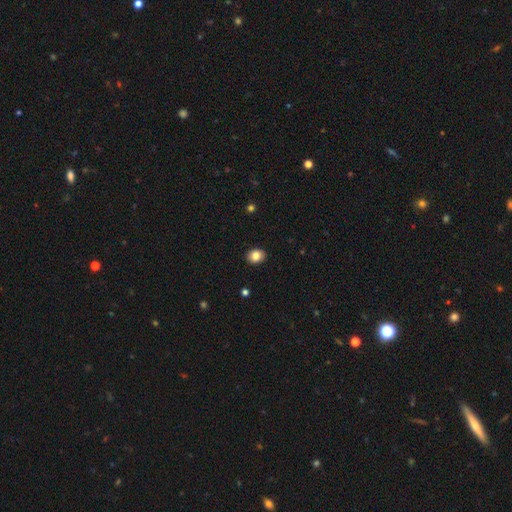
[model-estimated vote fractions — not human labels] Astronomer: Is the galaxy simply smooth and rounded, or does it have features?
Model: smooth — 84%.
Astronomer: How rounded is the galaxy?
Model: in between — 51% (runner-up: round, 48%).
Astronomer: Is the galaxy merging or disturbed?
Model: none — 91%.